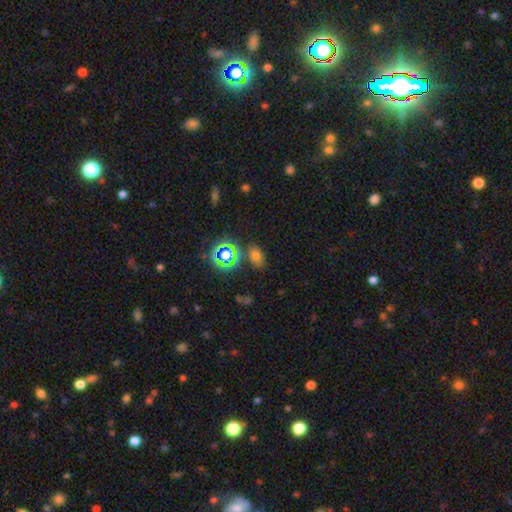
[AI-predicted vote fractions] This appears to be a smooth galaxy with no disk features (64%) that is in between round and cigar-shaped (77%). Merging: none (76%).